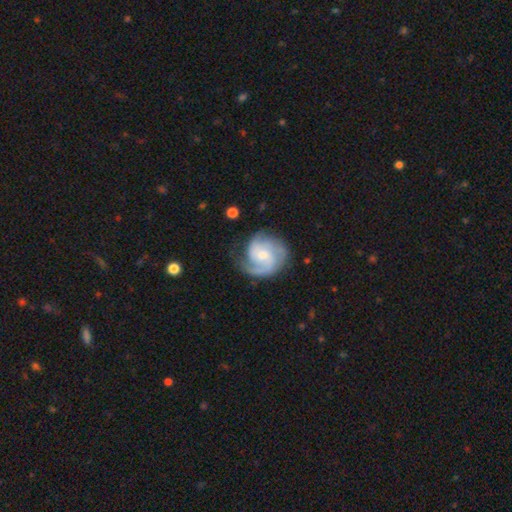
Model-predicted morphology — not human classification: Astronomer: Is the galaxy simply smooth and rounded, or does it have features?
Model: featured or disk — 84%.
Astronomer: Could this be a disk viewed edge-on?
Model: no — 98%.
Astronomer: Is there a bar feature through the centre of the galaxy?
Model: no — 53% (runner-up: weak, 37%).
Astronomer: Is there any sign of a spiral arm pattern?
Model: yes — 97%.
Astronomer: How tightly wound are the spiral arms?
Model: tight — 51% (runner-up: medium, 40%).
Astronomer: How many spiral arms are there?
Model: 2 — 52%.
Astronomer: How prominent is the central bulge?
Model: small — 56% (runner-up: moderate, 39%).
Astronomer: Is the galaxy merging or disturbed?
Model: none — 76%.